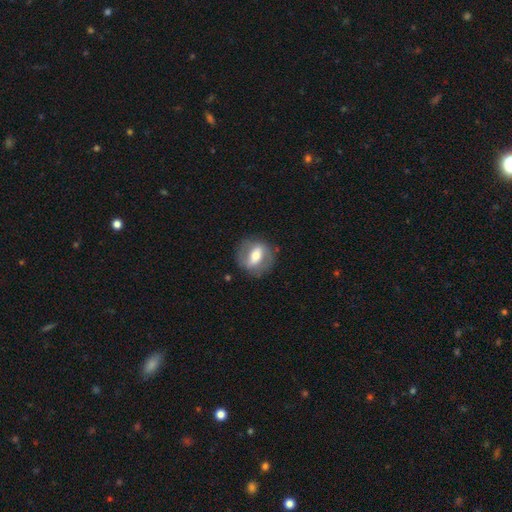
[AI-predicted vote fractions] A featured or disk galaxy (56%) with a strong bar (50%), no spiral arms (54%) and a moderate central bulge (61%).

Vote fractions:
- Smooth or featured? featured or disk: 56% / smooth: 37% / star or artifact: 6%
- Edge-on disk? no: 89% / yes: 11%
- Bar? strong: 50% / weak: 31% / no: 19%
- Spiral arms? no: 54% / yes: 46%
- Bulge size? moderate: 61% / large: 20% / small: 15% / dominant: 2% / none: 1%
- Merging? none: 78% / minor disturbance: 14% / major disturbance: 7% / merger: 1%